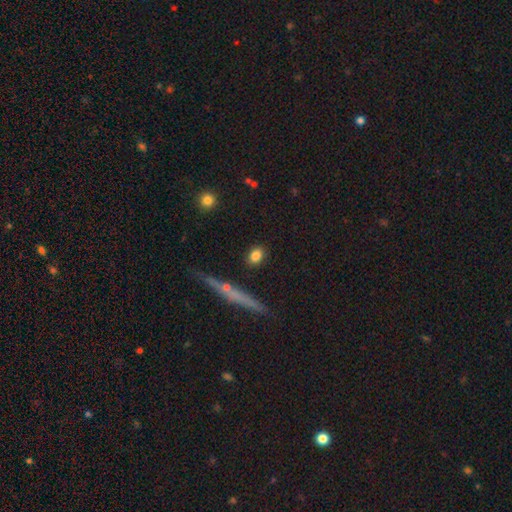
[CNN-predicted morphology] Overall: smooth (82%). How rounded: in between (57%; round 38%). Merging: none (88%).